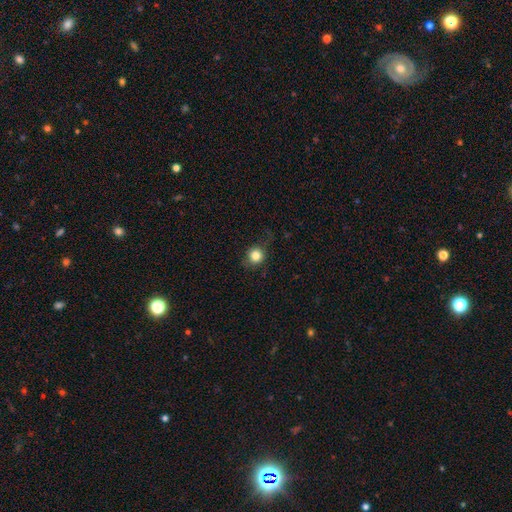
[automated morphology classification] This appears to be a smooth galaxy with no disk features (82%) that is round (87%). Merging: none (76%).